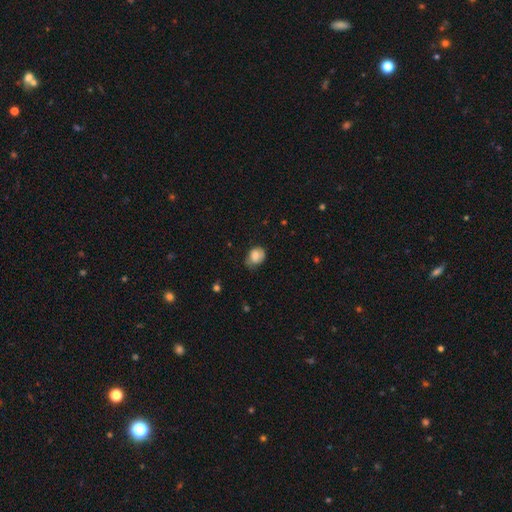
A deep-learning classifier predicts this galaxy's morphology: A smooth galaxy with no disk features (72%) that is in between round and cigar-shaped (54%). Merging: none (52%).